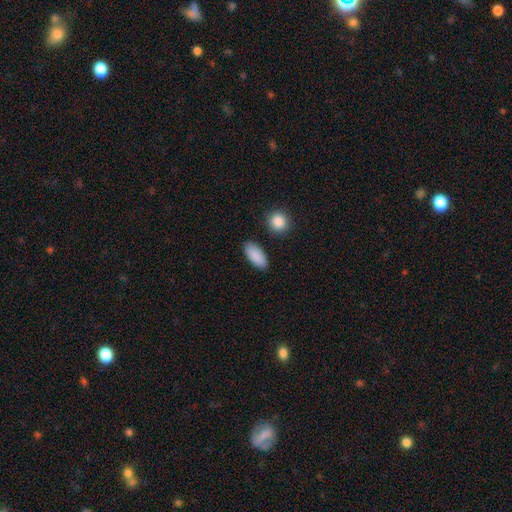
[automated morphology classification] Overall: smooth (89%). How rounded: in between (89%). Merging: none (86%).